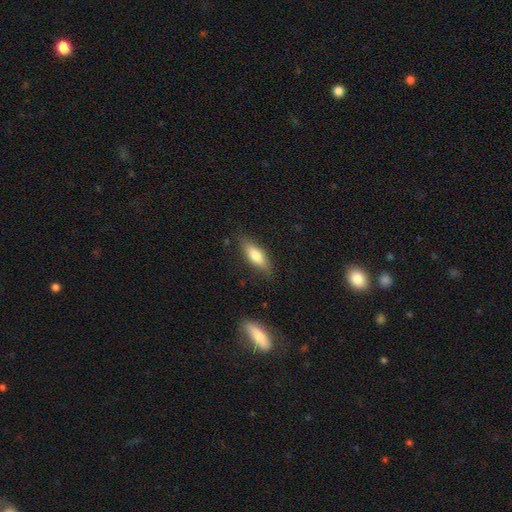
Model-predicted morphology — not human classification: Smooth or featured? Predicted: smooth (p=0.71). How rounded? Predicted: in between (p=0.59). Merging? Predicted: none (p=0.81).